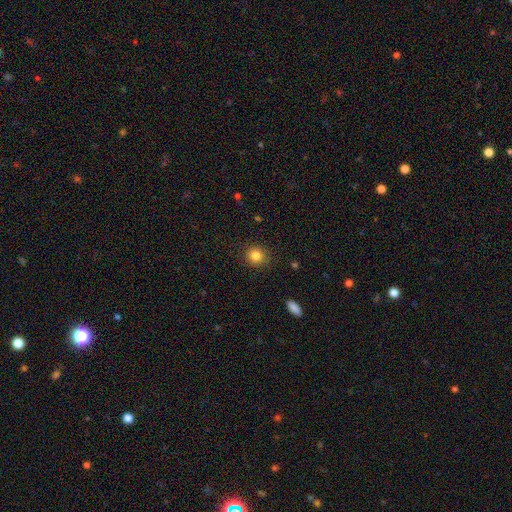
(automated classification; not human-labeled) This appears to be a smooth galaxy with no disk features (84%) that is round (89%). Merging: none (90%).